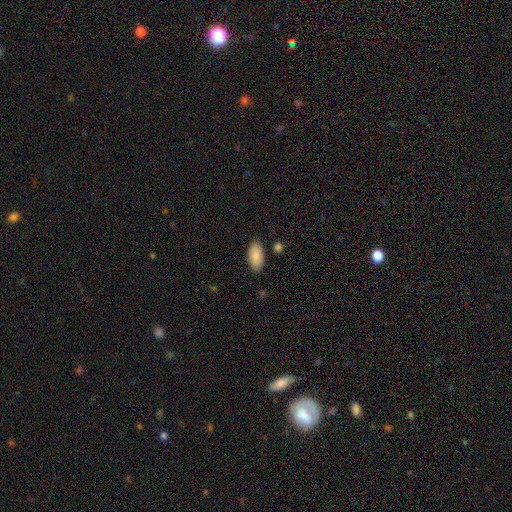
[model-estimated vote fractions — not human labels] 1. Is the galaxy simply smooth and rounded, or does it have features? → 86% smooth, 8% featured or disk, 6% star or artifact.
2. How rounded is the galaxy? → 93% in between, 5% cigar-shaped, 2% round.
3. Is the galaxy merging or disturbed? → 85% none, 10% minor disturbance, 2% major disturbance, 2% merger.